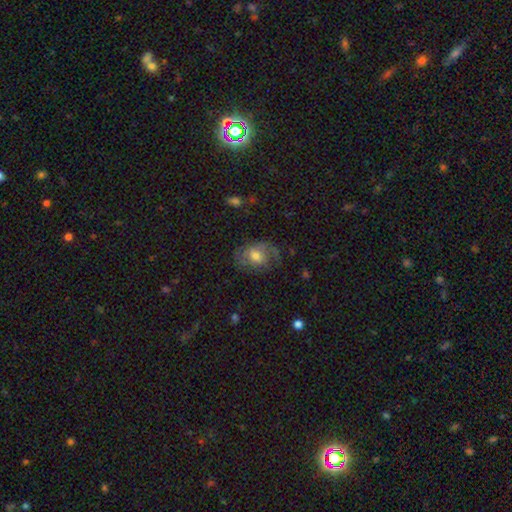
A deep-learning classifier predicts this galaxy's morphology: A featured or disk galaxy (59%) with no bar (58%), spiral arms (81%) and a moderate central bulge (62%).

Vote fractions:
- Smooth or featured? featured or disk: 59% / smooth: 33% / star or artifact: 8%
- Edge-on disk? no: 96% / yes: 4%
- Bar? no: 58% / weak: 35% / strong: 7%
- Spiral arms? yes: 81% / no: 19%
- Bulge size? moderate: 62% / small: 26% / large: 9% / none: 2% / dominant: 1%
- Merging? none: 60% / minor disturbance: 22% / major disturbance: 17% / merger: 2%